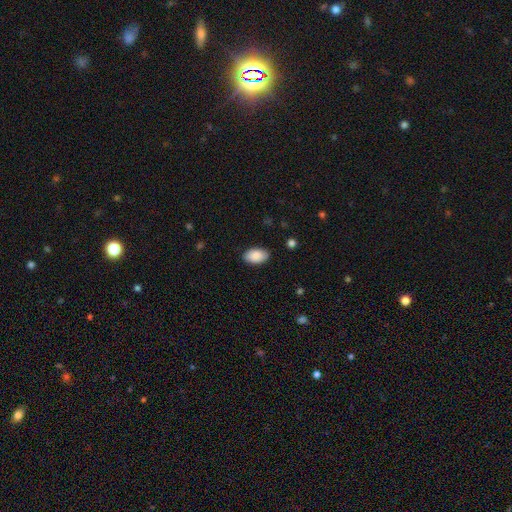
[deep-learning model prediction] The model was most divided on "merging": none: 87%, minor disturbance: 9%, major disturbance: 2%, merger: 1%. More confident: how rounded — in between (94%); smooth or featured — smooth (90%).